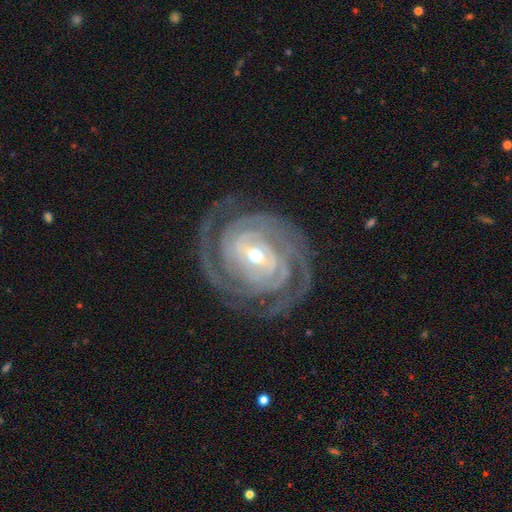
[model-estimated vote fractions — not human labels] Smooth or featured? Predicted: featured or disk (p=0.93). Edge-on disk? Predicted: no (p=0.97). Bar? Predicted: weak (p=0.39). Spiral arms? Predicted: yes (p=0.98). Spiral winding? Predicted: tight (p=0.80). Spiral arm count? Predicted: 2 (p=0.40). Bulge size? Predicted: moderate (p=0.51). Merging? Predicted: none (p=0.81).